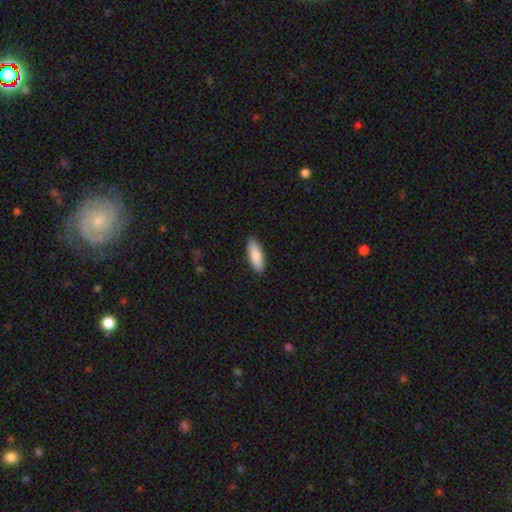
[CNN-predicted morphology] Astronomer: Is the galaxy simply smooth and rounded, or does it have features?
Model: smooth — 88%.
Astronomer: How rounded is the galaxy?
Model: in between — 62%.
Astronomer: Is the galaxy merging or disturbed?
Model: none — 88%.